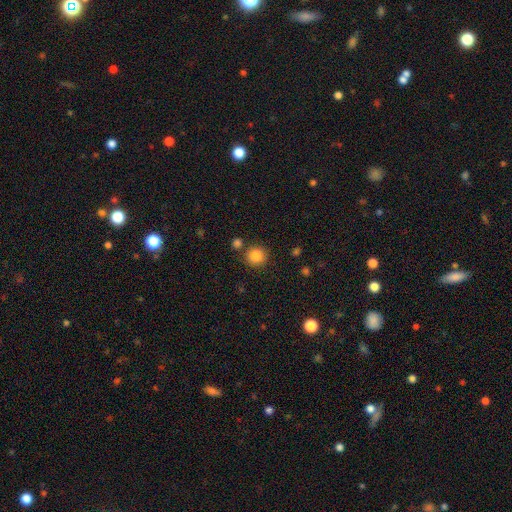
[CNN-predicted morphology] Smooth or featured? smooth (86%)
How rounded? round (92%)
Merging? none (82%)